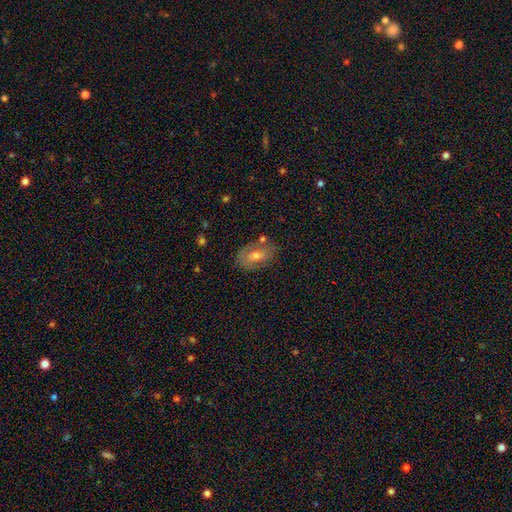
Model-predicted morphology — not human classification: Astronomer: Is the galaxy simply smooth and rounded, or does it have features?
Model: featured or disk — 45%, tied with smooth at 45%.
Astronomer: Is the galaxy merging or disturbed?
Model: none — 73%.